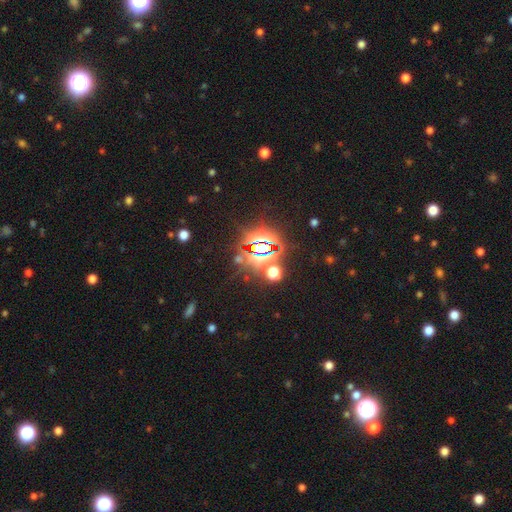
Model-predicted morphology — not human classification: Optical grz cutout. It shows a star or artifact, not a galaxy (85%).